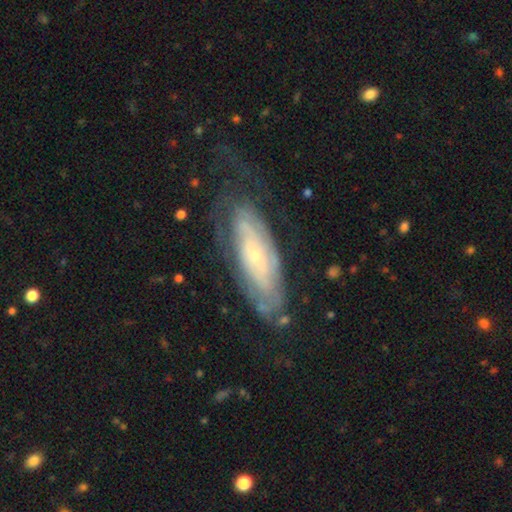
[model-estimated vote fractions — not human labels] Smooth or featured: featured or disk — 73% (smooth — 21%)
Edge-on disk: no — 83% (yes — 17%)
Bar: no — 73% (weak — 20%)
Spiral arms: yes — 79% (no — 21%)
Bulge size: small — 78% (moderate — 17%)
Merging: none — 61% (minor disturbance — 23%)